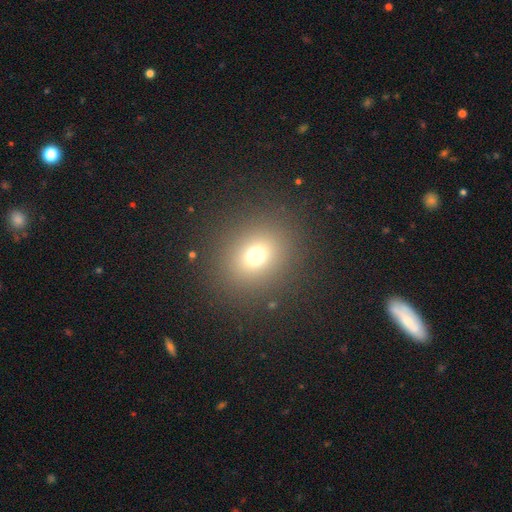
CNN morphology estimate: Smooth or featured? Predicted: smooth (p=0.70). How rounded? Predicted: round (p=0.76). Merging? Predicted: none (p=0.87).